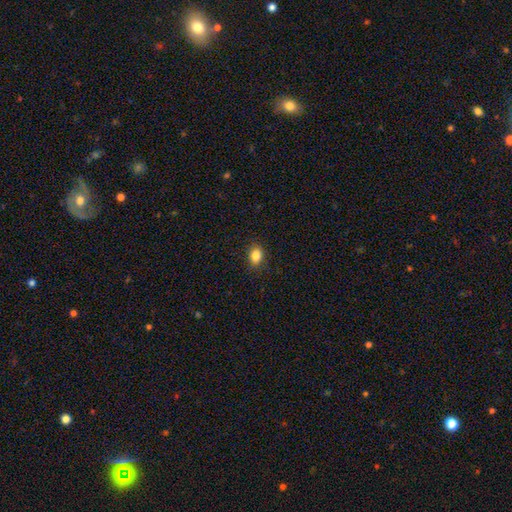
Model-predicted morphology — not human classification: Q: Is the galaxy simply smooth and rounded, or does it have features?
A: smooth — 85%.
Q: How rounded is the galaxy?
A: in between — 69%.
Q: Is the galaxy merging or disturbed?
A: none — 88%.